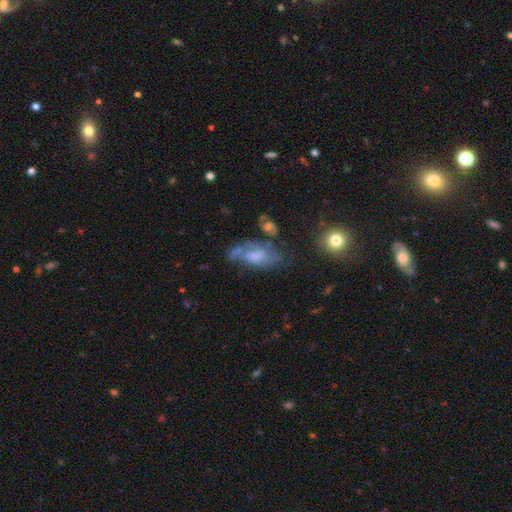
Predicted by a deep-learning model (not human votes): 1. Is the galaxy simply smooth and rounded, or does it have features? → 62% featured or disk, 26% smooth, 12% star or artifact.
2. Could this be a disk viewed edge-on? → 91% no, 9% yes.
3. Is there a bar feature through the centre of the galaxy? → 57% no, 35% weak, 8% strong.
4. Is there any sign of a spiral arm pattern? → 73% yes, 27% no.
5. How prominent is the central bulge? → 37% moderate, 28% small, 21% none, 12% large, 2% dominant.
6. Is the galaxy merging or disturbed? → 45% none, 24% minor disturbance, 20% major disturbance, 11% merger.